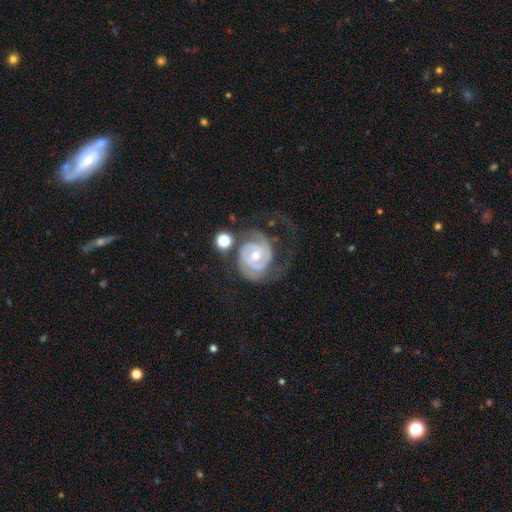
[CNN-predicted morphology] Smooth or featured?
  - featured or disk: 88% *
  - smooth: 7%
  - star or artifact: 5%
Edge-on disk?
  - no: 98% *
  - yes: 2%
Bar?
  - no: 65% *
  - weak: 26%
  - strong: 9%
Spiral arms?
  - yes: 96% *
  - no: 4%
Spiral winding?
  - tight: 63% *
  - medium: 28%
  - loose: 9%
Spiral arm count?
  - 2: 63% *
  - can't tell: 13%
  - 3: 13%
  - 1: 5%
  - 4: 3%
  - more than 4: 3%
Bulge size?
  - moderate: 56% *
  - small: 40%
  - large: 2%
  - none: 1%
  - dominant: 1%
Merging?
  - none: 50% *
  - major disturbance: 25%
  - minor disturbance: 18%
  - merger: 7%